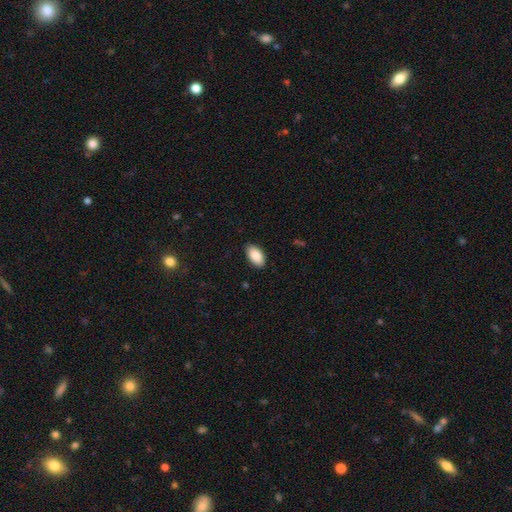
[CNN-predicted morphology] This appears to be a smooth galaxy with no disk features (88%) that is in between round and cigar-shaped (95%). Merging: none (88%).